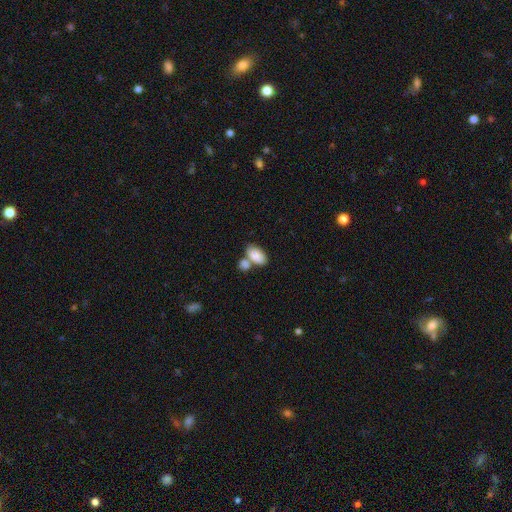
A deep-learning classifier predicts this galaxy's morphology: Overall: smooth (83%). How rounded: in between (93%). Merging: merger (45%; none 41%).